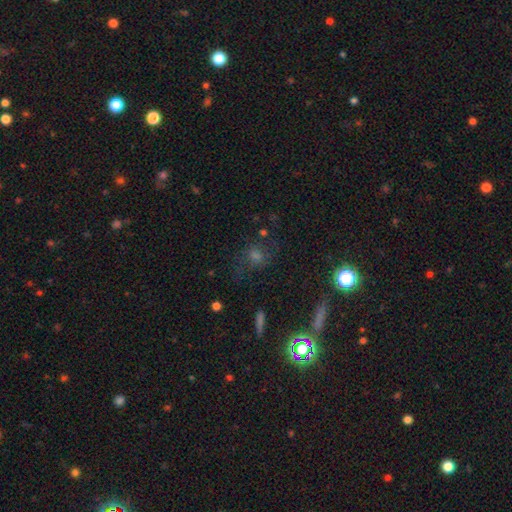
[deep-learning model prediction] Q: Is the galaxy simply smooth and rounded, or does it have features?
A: star or artifact — 48%.